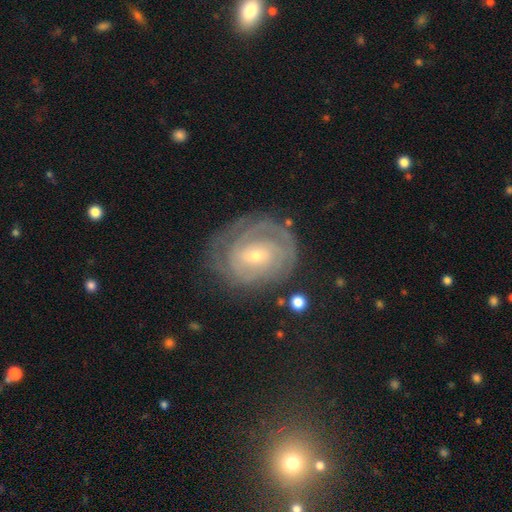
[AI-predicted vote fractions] Smooth or featured: featured or disk — 81% (smooth — 12%)
Edge-on disk: no — 97% (yes — 3%)
Bar: no — 52% (weak — 38%)
Spiral arms: yes — 91% (no — 9%)
Spiral winding: tight — 79% (medium — 16%)
Spiral arm count: can't tell — 43% (2 — 26%)
Bulge size: small — 70% (moderate — 27%)
Merging: none — 72% (minor disturbance — 17%)